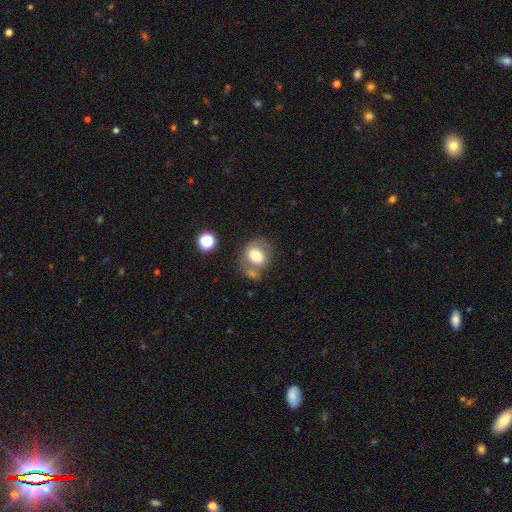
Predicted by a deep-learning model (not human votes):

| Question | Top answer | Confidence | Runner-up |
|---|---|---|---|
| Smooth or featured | smooth | 70% | featured or disk (21%) |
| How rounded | round | 60% | in between (39%) |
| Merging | none | 50% | merger (23%) |